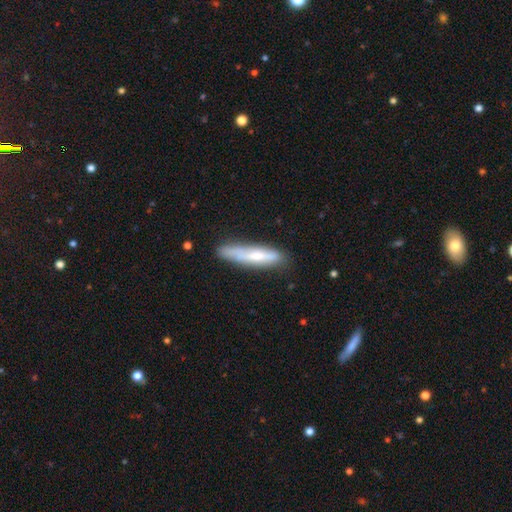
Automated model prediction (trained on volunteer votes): smooth-or-featured: smooth: 59% | featured or disk: 35% | star or artifact: 6%
  how-rounded: cigar-shaped: 84% | in between: 15% | round: 1%
  merging: none: 72% | minor disturbance: 21% | major disturbance: 5% | merger: 3%